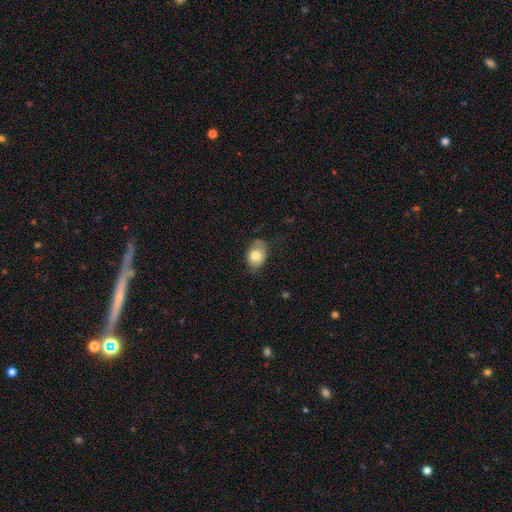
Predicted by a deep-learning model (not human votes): A smooth galaxy with no disk features (75%) that is in between round and cigar-shaped (74%).

Vote fractions:
- Smooth or featured? smooth: 75% / featured or disk: 17% / star or artifact: 8%
- How rounded? in between: 74% / round: 25% / cigar-shaped: 1%
- Merging? none: 62% / minor disturbance: 29% / major disturbance: 7% / merger: 1%